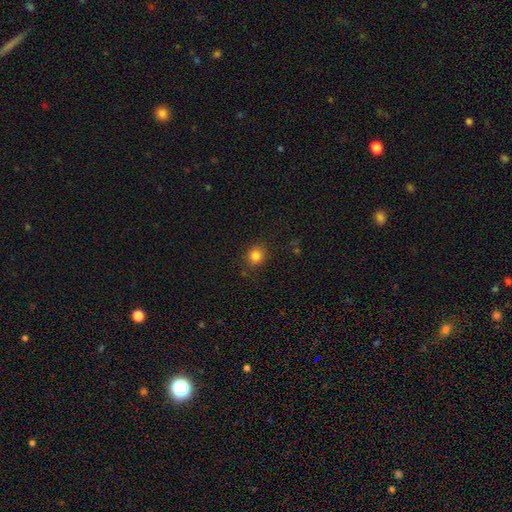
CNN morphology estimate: Smooth or featured? smooth (83%)
How rounded? round (86%)
Merging? none (85%)